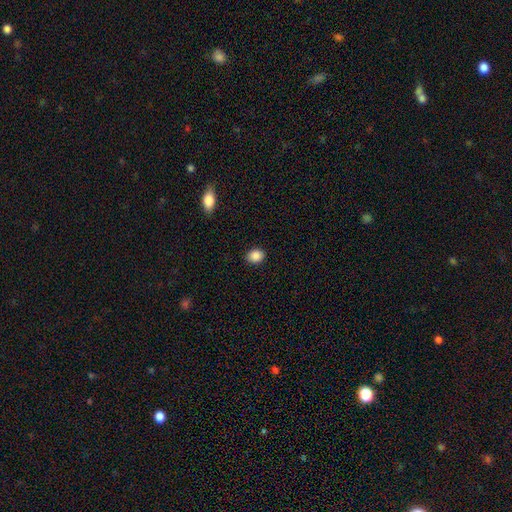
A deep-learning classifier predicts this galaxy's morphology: smooth_or_featured: smooth (p=0.88) [alt: star or artifact p=0.09]
how_rounded: in between (p=0.53) [alt: round p=0.46]
merging: none (p=0.89) [alt: minor disturbance p=0.08]